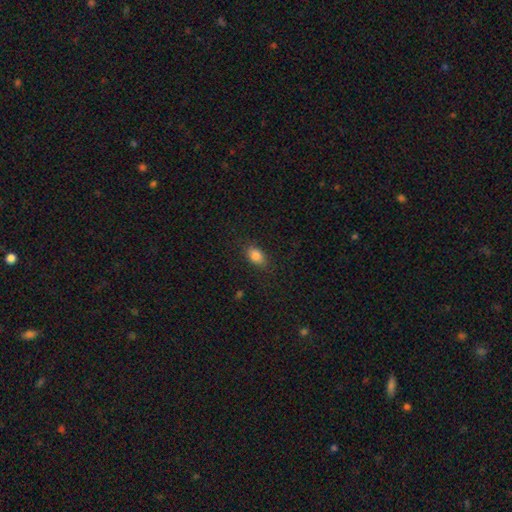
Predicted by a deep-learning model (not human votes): A smooth galaxy with no disk features (84%) that is in between round and cigar-shaped (83%).

Vote fractions:
- Smooth or featured? smooth: 84% / star or artifact: 9% / featured or disk: 7%
- How rounded? in between: 83% / round: 14% / cigar-shaped: 3%
- Merging? none: 83% / minor disturbance: 13% / major disturbance: 4% / merger: 1%